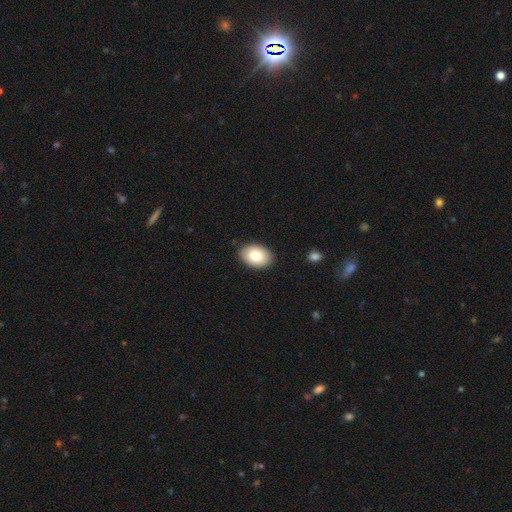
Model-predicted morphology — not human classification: Smooth or featured: smooth — 81% (featured or disk — 12%)
How rounded: in between — 85% (round — 14%)
Merging: none — 89% (minor disturbance — 8%)